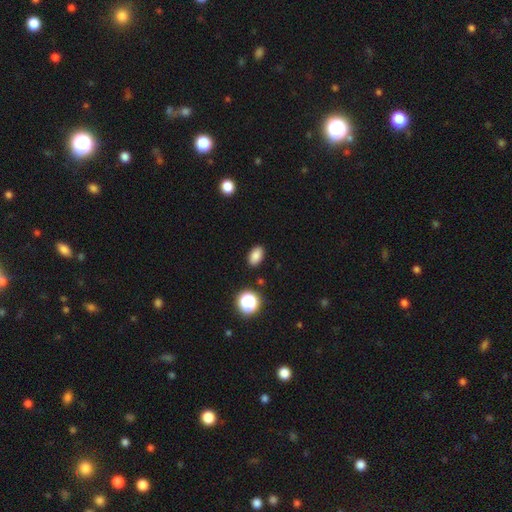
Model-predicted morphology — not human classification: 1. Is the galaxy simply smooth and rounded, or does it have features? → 83% smooth, 12% star or artifact, 5% featured or disk.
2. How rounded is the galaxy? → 87% in between, 11% round, 2% cigar-shaped.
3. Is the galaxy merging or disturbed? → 89% none, 8% minor disturbance, 2% major disturbance, 2% merger.